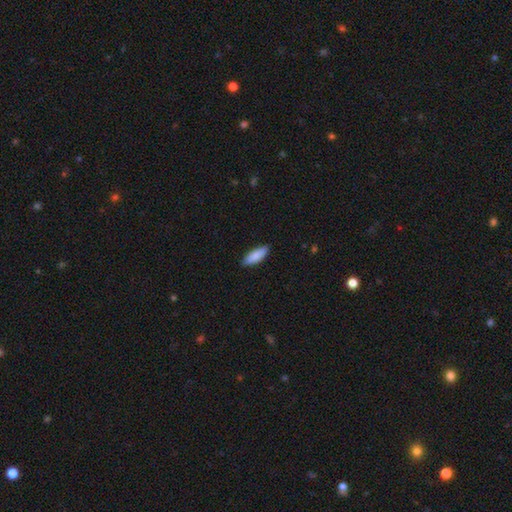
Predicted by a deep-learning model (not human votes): A smooth galaxy with no disk features (88%) that is in between round and cigar-shaped (66%). Merging: none (88%).